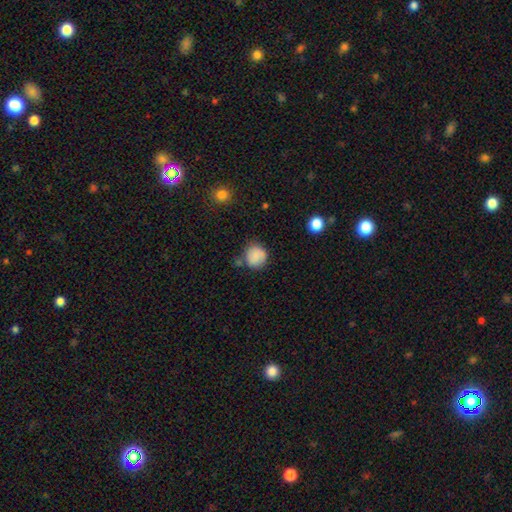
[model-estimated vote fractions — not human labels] The model was most divided on "merging": none: 69%, minor disturbance: 19%, merger: 7%, major disturbance: 5%. More confident: how rounded — round (86%); smooth or featured — smooth (81%).